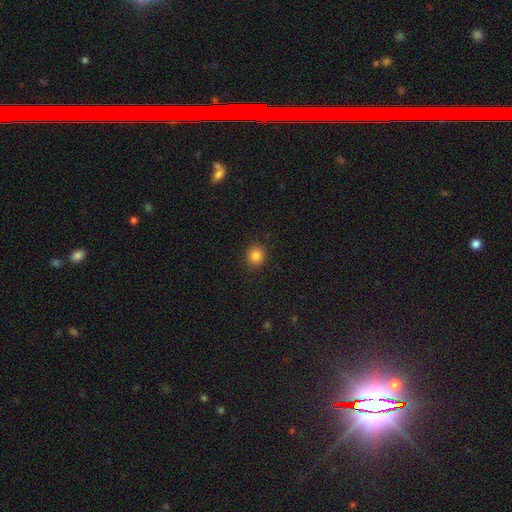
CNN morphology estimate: Smooth or featured?
  - smooth: 84% *
  - star or artifact: 12%
  - featured or disk: 5%
How rounded?
  - round: 87% *
  - in between: 12%
  - cigar-shaped: 1%
Merging?
  - none: 90% *
  - minor disturbance: 7%
  - major disturbance: 2%
  - merger: 1%